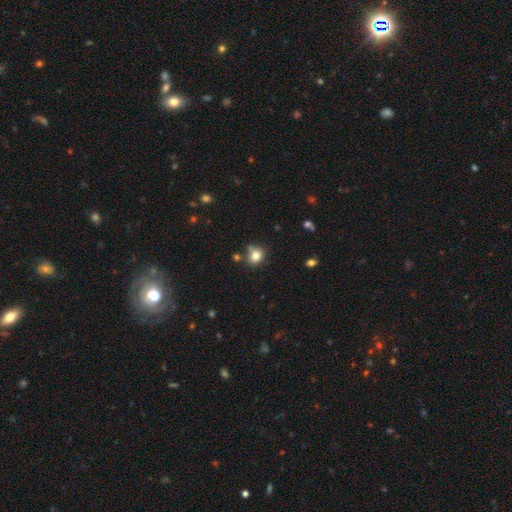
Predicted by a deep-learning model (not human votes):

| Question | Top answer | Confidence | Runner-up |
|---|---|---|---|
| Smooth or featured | smooth | 80% | star or artifact (11%) |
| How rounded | round | 71% | in between (28%) |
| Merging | none | 66% | minor disturbance (19%) |